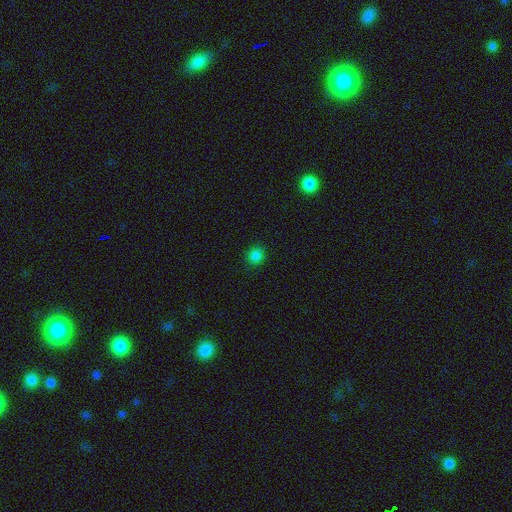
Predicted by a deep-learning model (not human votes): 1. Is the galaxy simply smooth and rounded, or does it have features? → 83% smooth, 14% star or artifact, 3% featured or disk.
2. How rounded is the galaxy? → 88% round, 11% in between, 1% cigar-shaped.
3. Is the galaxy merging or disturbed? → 91% none, 6% minor disturbance, 2% major disturbance, 1% merger.